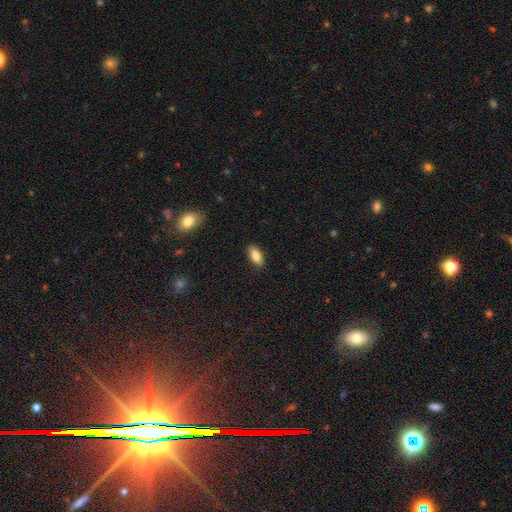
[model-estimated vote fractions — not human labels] Smooth or featured?
  - smooth: 81% *
  - featured or disk: 12%
  - star or artifact: 7%
How rounded?
  - in between: 84% *
  - cigar-shaped: 13%
  - round: 3%
Merging?
  - none: 88% *
  - minor disturbance: 9%
  - major disturbance: 2%
  - merger: 1%